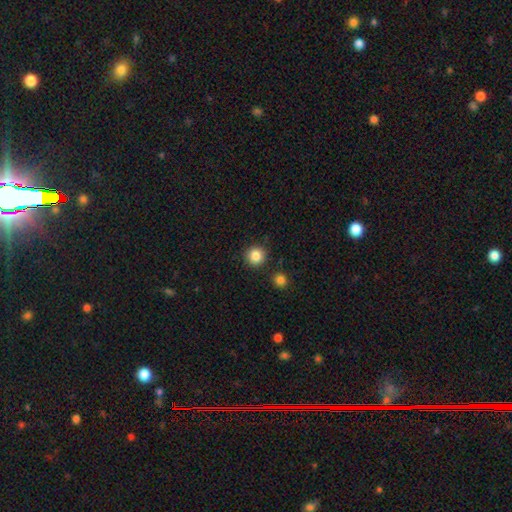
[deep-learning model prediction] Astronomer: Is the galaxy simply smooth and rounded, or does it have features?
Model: smooth — 86%.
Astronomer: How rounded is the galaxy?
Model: round — 94%.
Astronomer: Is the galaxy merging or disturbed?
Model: none — 89%.